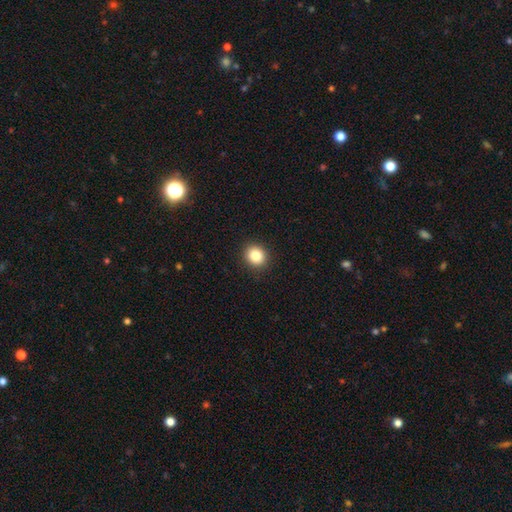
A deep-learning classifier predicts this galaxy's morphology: Q: Smooth or featured?
A: smooth (85%); runner-up: star or artifact (10%)
Q: How rounded?
A: round (80%); runner-up: in between (19%)
Q: Merging?
A: none (92%); runner-up: minor disturbance (6%)